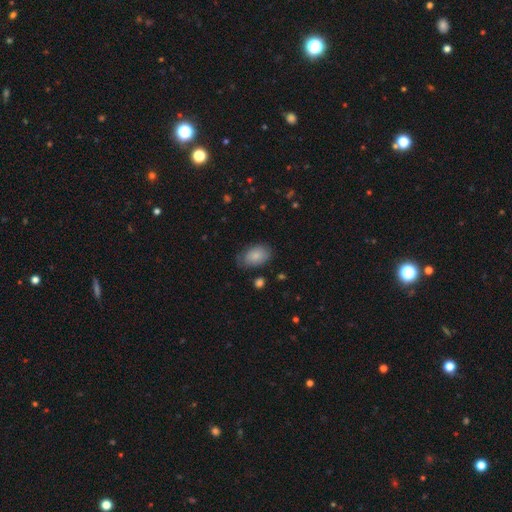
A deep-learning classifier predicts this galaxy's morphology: Smooth or featured?
  - smooth: 83% *
  - featured or disk: 10%
  - star or artifact: 7%
How rounded?
  - in between: 88% *
  - round: 11%
  - cigar-shaped: 1%
Merging?
  - none: 67% *
  - minor disturbance: 24%
  - major disturbance: 7%
  - merger: 2%